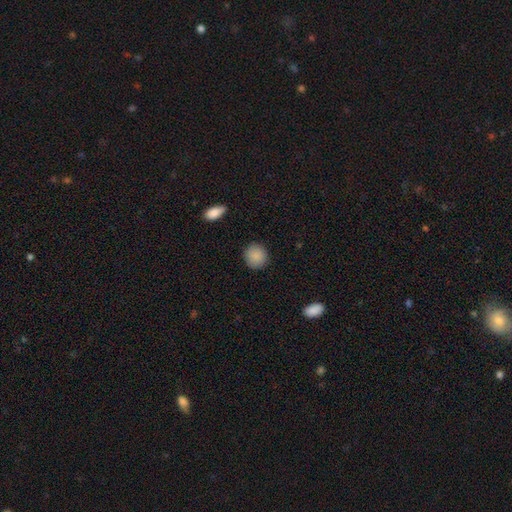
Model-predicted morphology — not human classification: smooth_or_featured: smooth (p=0.89) [alt: star or artifact p=0.07]
how_rounded: round (p=0.89) [alt: in between p=0.10]
merging: none (p=0.90) [alt: minor disturbance p=0.07]